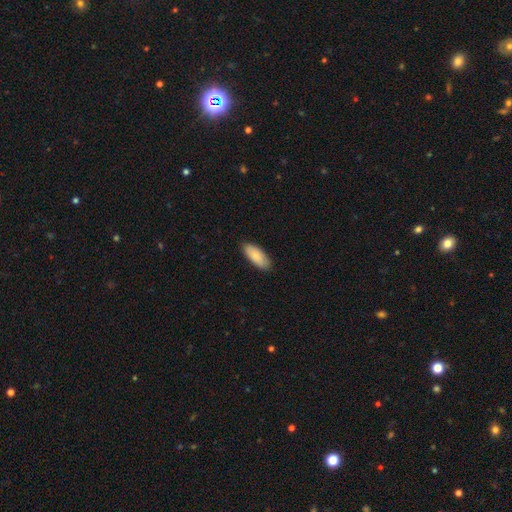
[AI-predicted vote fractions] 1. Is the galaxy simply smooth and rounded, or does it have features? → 88% smooth, 7% featured or disk, 5% star or artifact.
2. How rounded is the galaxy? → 84% in between, 14% cigar-shaped, 2% round.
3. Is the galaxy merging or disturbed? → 88% none, 9% minor disturbance, 2% major disturbance, 1% merger.